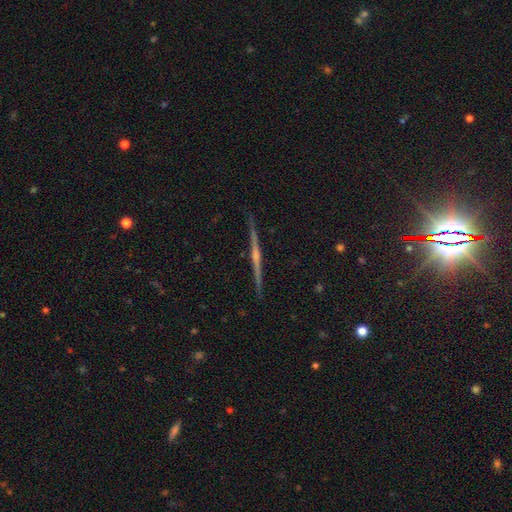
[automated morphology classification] Smooth or featured?
  - featured or disk: 68% *
  - star or artifact: 19%
  - smooth: 14%
Edge-on disk?
  - yes: 96% *
  - no: 4%
Edge-on bulge?
  - rounded: 69% *
  - none: 21%
  - boxy: 10%
Merging?
  - none: 87% *
  - minor disturbance: 8%
  - major disturbance: 2%
  - merger: 2%